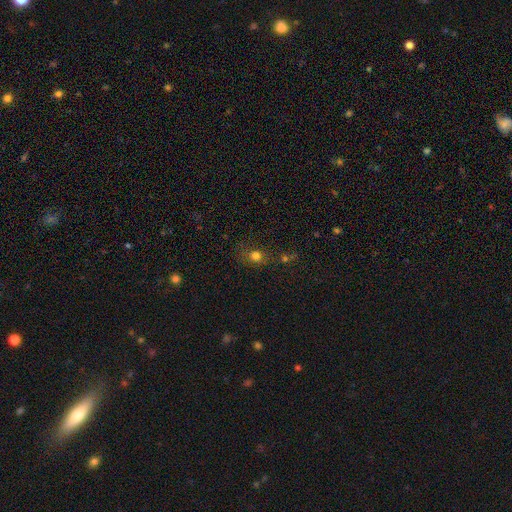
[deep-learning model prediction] A smooth galaxy with no disk features (71%) that is round (68%).

Vote fractions:
- Smooth or featured? smooth: 71% / star or artifact: 20% / featured or disk: 9%
- How rounded? round: 68% / in between: 30% / cigar-shaped: 2%
- Merging? none: 63% / minor disturbance: 17% / merger: 10% / major disturbance: 9%